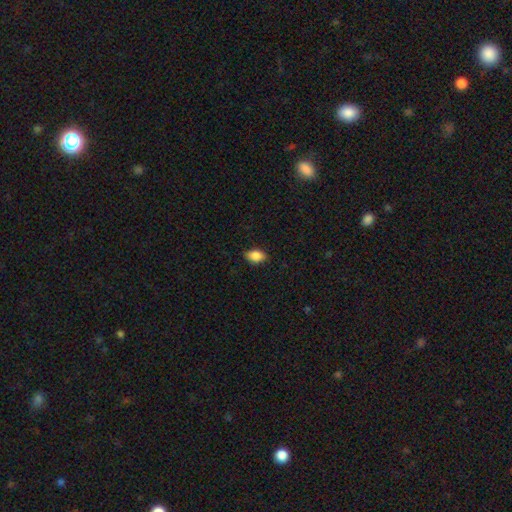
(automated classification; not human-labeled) The model was most divided on "merging": none: 85%, minor disturbance: 11%, major disturbance: 2%, merger: 1%. More confident: how rounded — in between (87%); smooth or featured — smooth (87%).